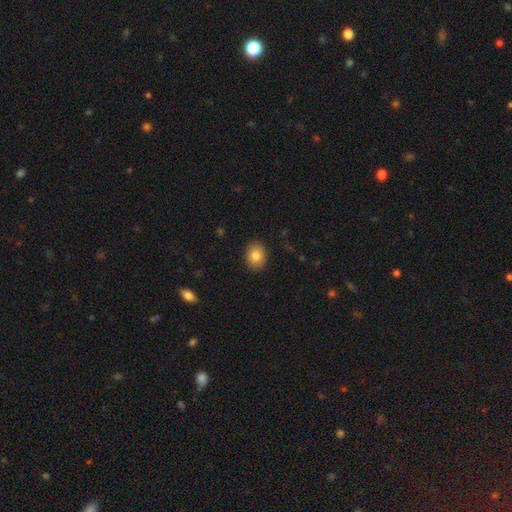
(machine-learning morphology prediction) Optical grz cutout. It shows a smooth galaxy with no disk features (84%) that is in between round and cigar-shaped (55%). Merging: none (89%).